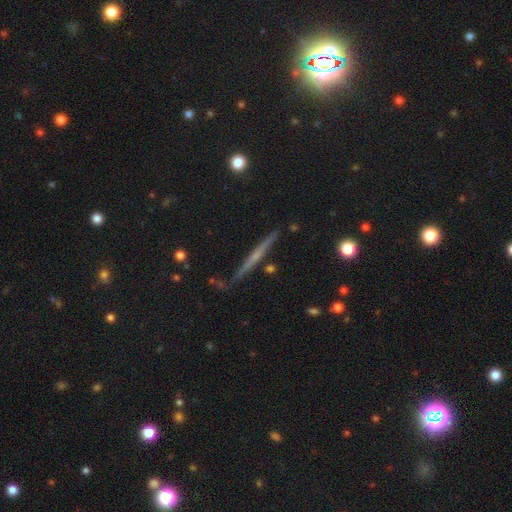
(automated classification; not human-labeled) Morphology: type=featured or disk (66%); edge-on=yes (97%); edge-on bulge=none (59%); merging=none (85%).